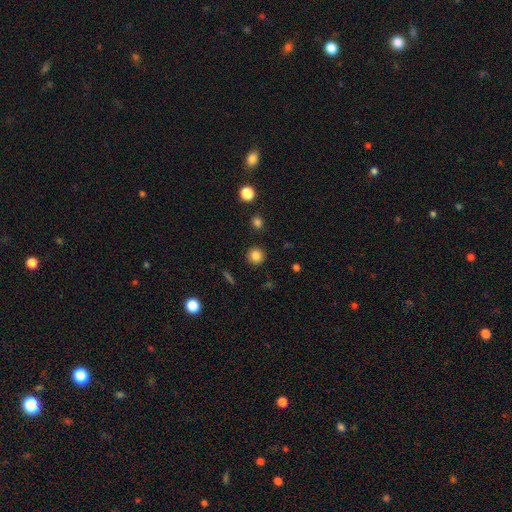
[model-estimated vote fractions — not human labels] Overall: smooth (84%). How rounded: round (93%). Merging: none (91%).